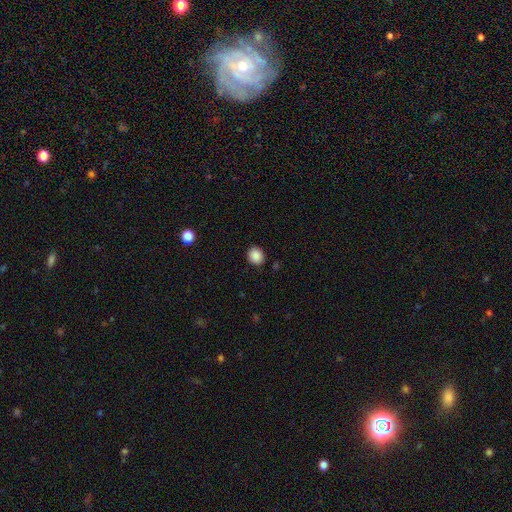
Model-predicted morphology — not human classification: A smooth galaxy with no disk features (88%) that is round (75%). Merging: none (88%).